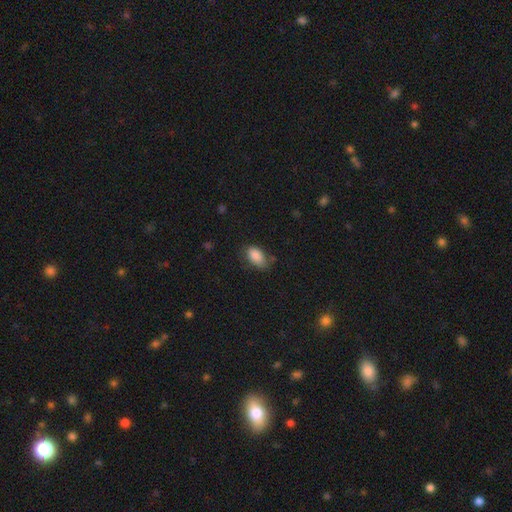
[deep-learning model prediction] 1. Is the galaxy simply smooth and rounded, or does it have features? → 86% smooth, 8% star or artifact, 6% featured or disk.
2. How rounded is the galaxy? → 91% in between, 7% round, 2% cigar-shaped.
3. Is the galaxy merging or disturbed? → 61% none, 28% minor disturbance, 8% major disturbance, 2% merger.